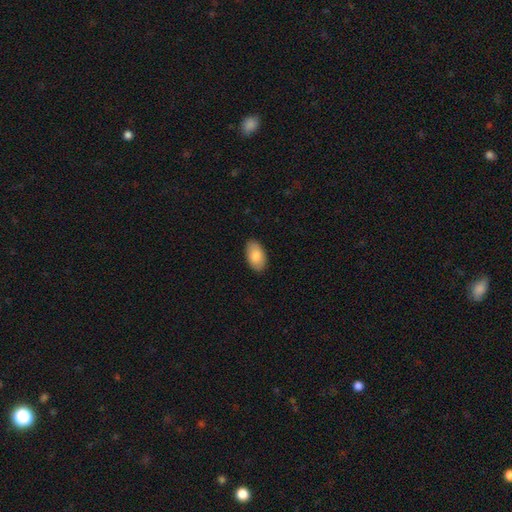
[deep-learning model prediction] Smooth or featured? smooth (86%)
How rounded? in between (95%)
Merging? none (88%)